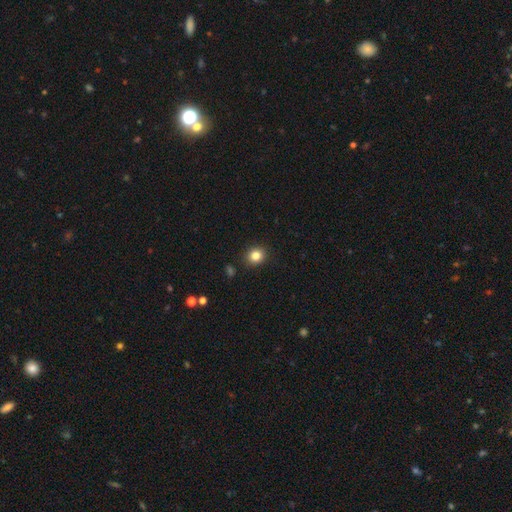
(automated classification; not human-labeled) Smooth or featured: smooth — 84% (star or artifact — 11%)
How rounded: round — 80% (in between — 19%)
Merging: none — 90% (minor disturbance — 7%)